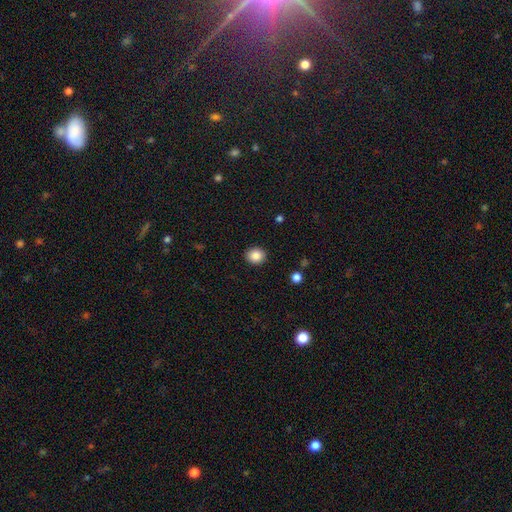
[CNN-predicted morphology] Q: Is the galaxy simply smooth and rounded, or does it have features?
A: smooth — 86%.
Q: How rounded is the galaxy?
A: round — 74%.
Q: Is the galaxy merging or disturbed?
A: none — 90%.